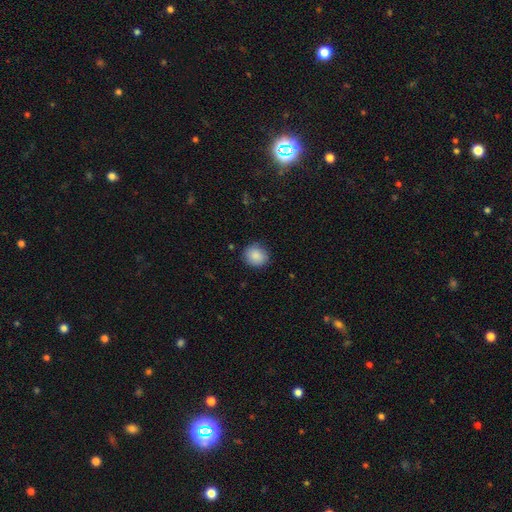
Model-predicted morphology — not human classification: This appears to be a smooth galaxy with no disk features (88%) that is round (82%). Merging: none (86%).